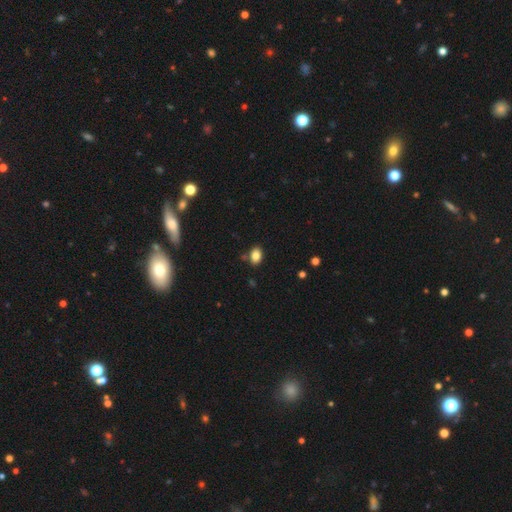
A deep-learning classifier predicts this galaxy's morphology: type=smooth (84%); roundness=in between (80%); merging=none (82%).